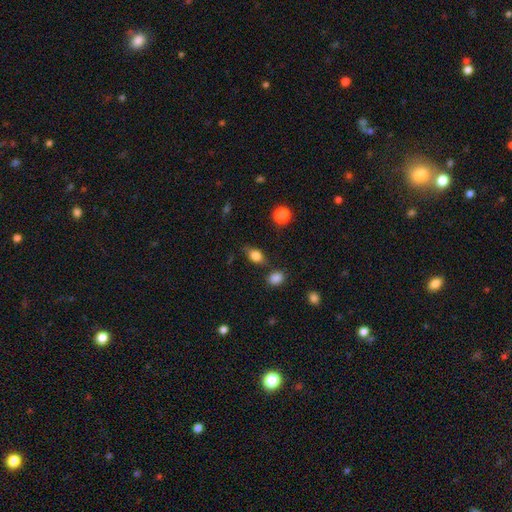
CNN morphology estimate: smooth 79%, featured or disk 11%, star or artifact 10%. Down the decision tree: how rounded — in between (72%); merging — none (67%).